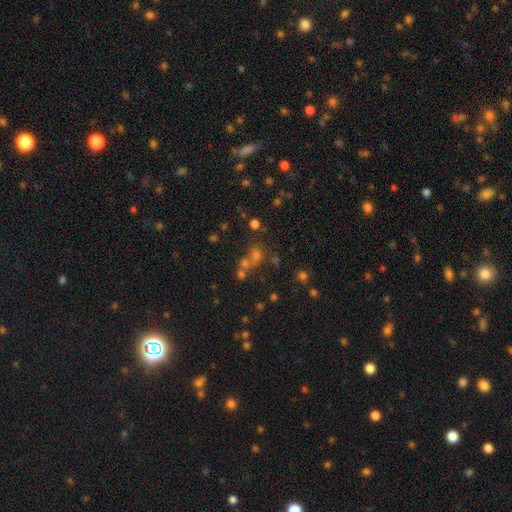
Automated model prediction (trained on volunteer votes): Morphology: type=smooth (43%); merging=none (48%).